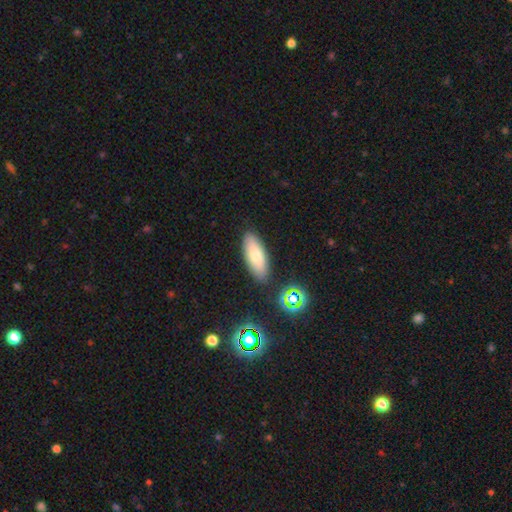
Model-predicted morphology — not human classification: smooth 74%, featured or disk 17%, star or artifact 8%. Down the decision tree: how rounded — in between (76%); merging — none (85%).